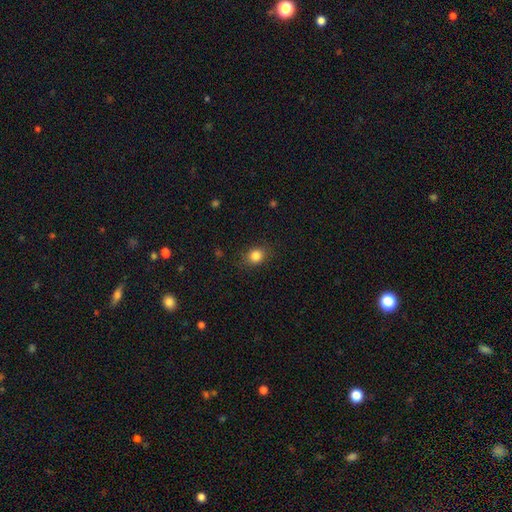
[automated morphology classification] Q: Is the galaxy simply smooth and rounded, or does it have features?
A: smooth — 84%.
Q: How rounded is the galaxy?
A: round — 63%.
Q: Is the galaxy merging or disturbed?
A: none — 84%.